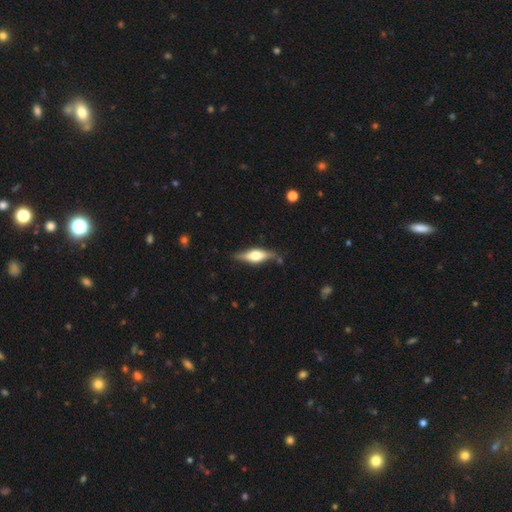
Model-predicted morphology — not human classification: This appears to be a featured or disk galaxy (59%) viewed edge-on (91%) with a rounded central bulge (90%). Merging: none (78%).